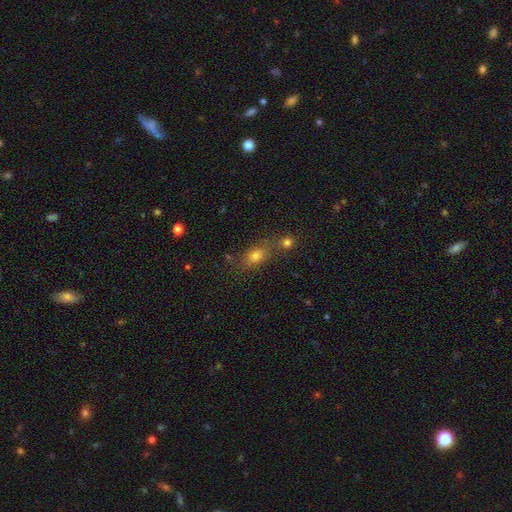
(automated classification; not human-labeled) Smooth or featured?
  - smooth: 71% *
  - star or artifact: 17%
  - featured or disk: 12%
How rounded?
  - in between: 63% *
  - round: 29%
  - cigar-shaped: 8%
Merging?
  - none: 58% *
  - merger: 25%
  - minor disturbance: 12%
  - major disturbance: 5%